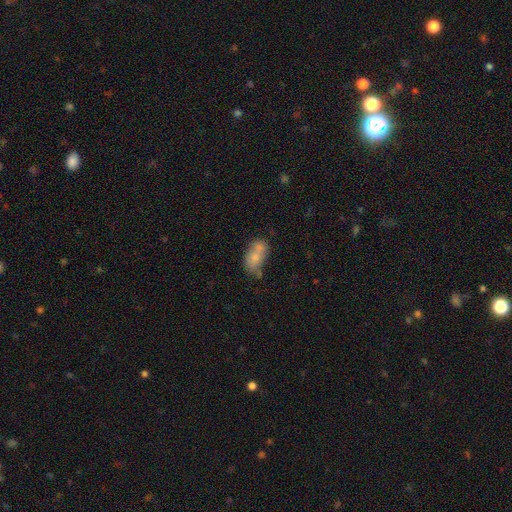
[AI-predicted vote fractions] smooth 68%, featured or disk 22%, star or artifact 9%. Down the decision tree: how rounded — in between (83%); merging — merger (48%).